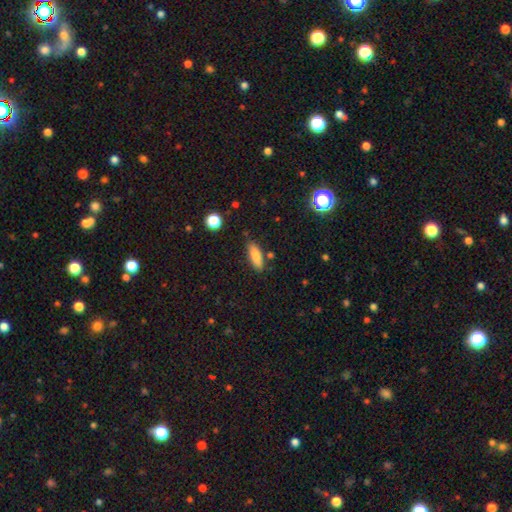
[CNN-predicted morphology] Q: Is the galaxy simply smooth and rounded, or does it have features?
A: smooth — 81%.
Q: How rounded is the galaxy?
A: in between — 60%.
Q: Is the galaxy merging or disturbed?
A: none — 81%.